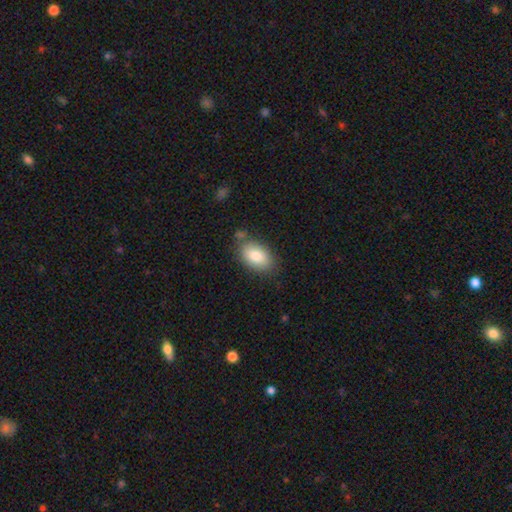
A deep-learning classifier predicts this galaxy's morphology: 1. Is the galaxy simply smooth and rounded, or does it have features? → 84% smooth, 10% featured or disk, 7% star or artifact.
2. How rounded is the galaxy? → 92% in between, 6% round, 2% cigar-shaped.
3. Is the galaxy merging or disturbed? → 75% none, 16% minor disturbance, 6% merger, 4% major disturbance.